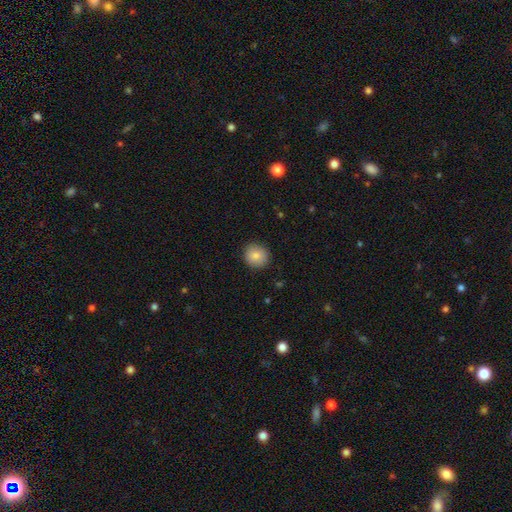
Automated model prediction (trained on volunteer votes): This appears to be a smooth galaxy with no disk features (83%) that is round (89%). Merging: none (89%).